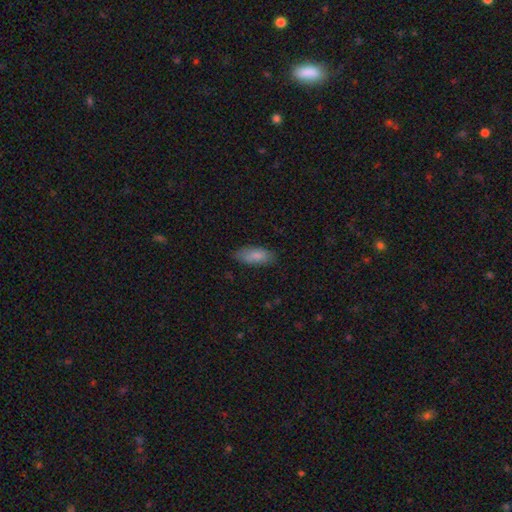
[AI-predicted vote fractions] smooth-or-featured: smooth: 85% | featured or disk: 9% | star or artifact: 6%
  how-rounded: in between: 80% | cigar-shaped: 18% | round: 2%
  merging: none: 78% | minor disturbance: 17% | major disturbance: 4% | merger: 1%